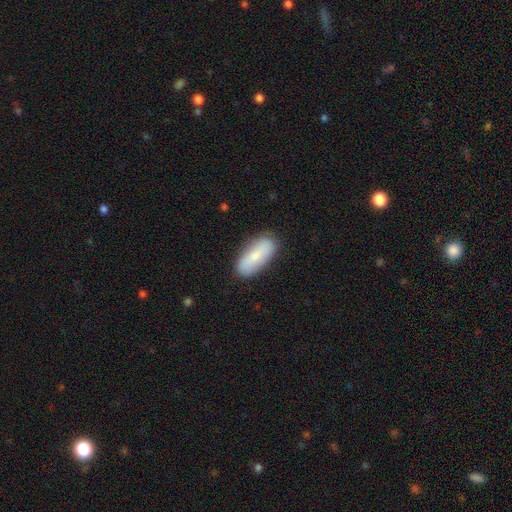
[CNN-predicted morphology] The model was most divided on "smooth or featured": smooth: 68%, featured or disk: 26%, star or artifact: 6%. More confident: merging — none (84%); how rounded — in between (80%).